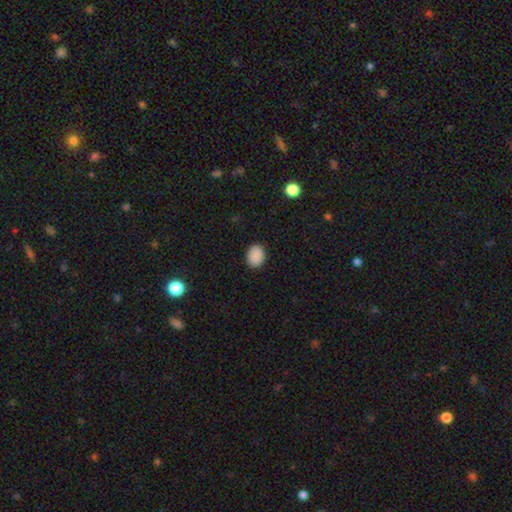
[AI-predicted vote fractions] Morphology: type=smooth (89%); roundness=in between (65%); merging=none (89%).